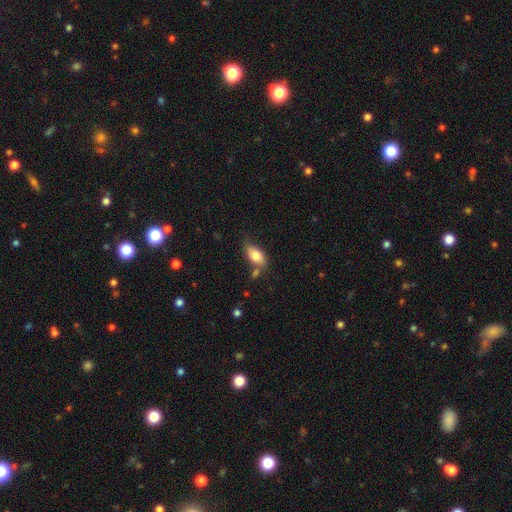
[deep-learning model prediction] Morphology: type=smooth (79%); roundness=in between (90%); merging=none (61%).